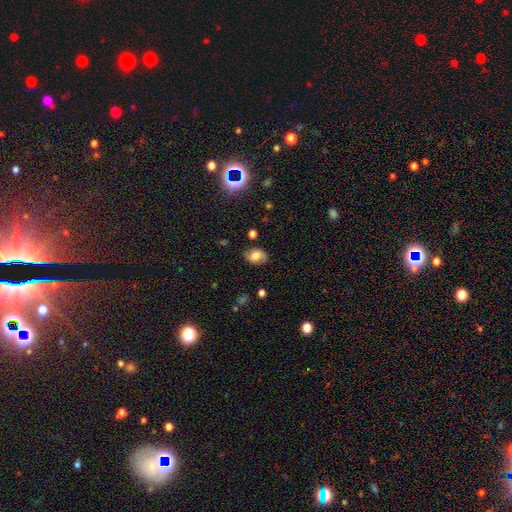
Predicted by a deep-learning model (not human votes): A smooth galaxy with no disk features (67%) that is in between round and cigar-shaped (82%). Merging: none (77%).